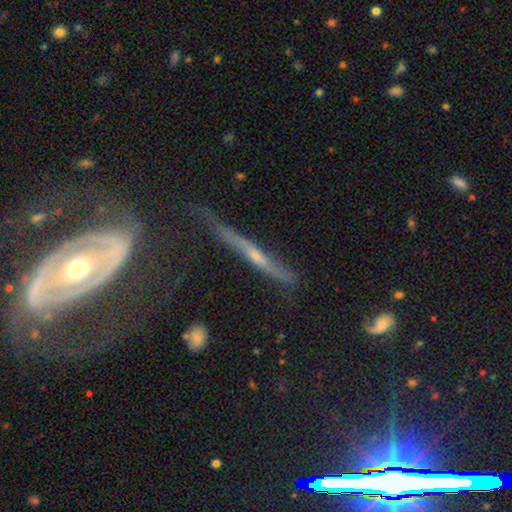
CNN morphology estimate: The model was most divided on "edge-on bulge": rounded: 66%, none: 27%, boxy: 7%. More confident: edge-on disk — yes (89%); smooth or featured — featured or disk (73%); merging — none (62%).